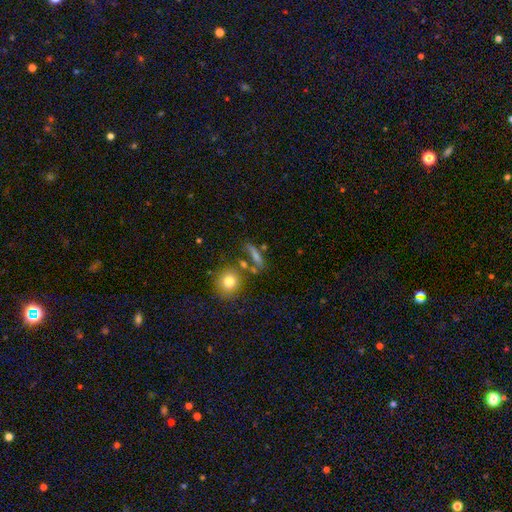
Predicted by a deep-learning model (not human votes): Smooth or featured? smooth (55%)
How rounded? cigar-shaped (53%)
Merging? none (67%)